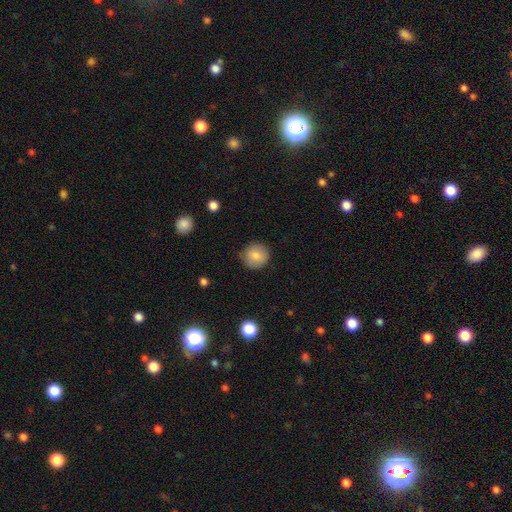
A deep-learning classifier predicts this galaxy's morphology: A smooth galaxy with no disk features (80%) that is round (92%). Merging: none (84%).